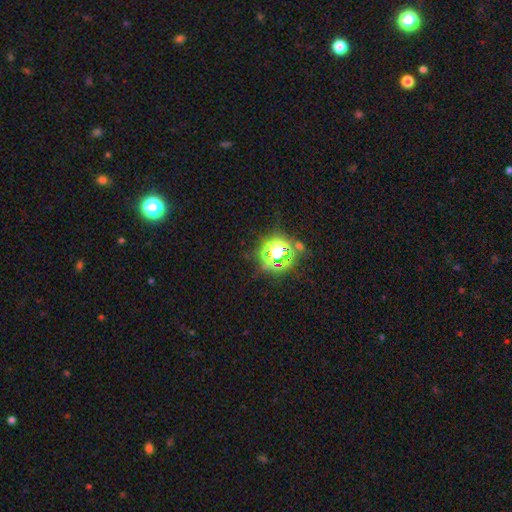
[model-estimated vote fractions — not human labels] Overall: star or artifact (72%).